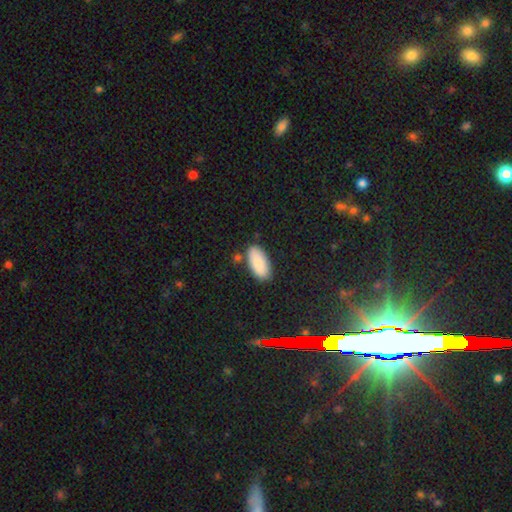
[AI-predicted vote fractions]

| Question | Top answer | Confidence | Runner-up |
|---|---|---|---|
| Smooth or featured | smooth | 89% | star or artifact (6%) |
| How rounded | in between | 91% | cigar-shaped (7%) |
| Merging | none | 79% | minor disturbance (13%) |